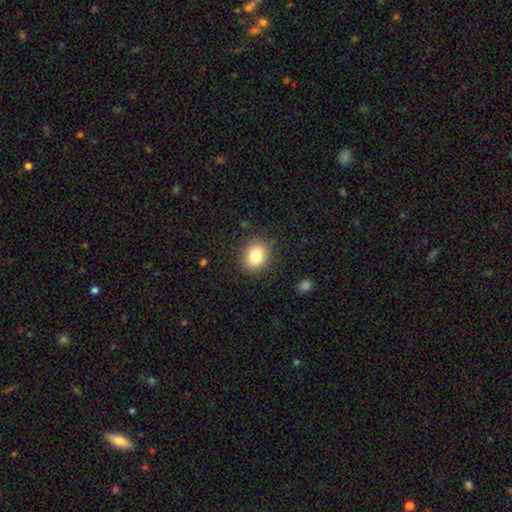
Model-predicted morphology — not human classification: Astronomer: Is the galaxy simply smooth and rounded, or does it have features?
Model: smooth — 82%.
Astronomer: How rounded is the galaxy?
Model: round — 59% (runner-up: in between, 40%).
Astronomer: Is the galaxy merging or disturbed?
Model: none — 86%.